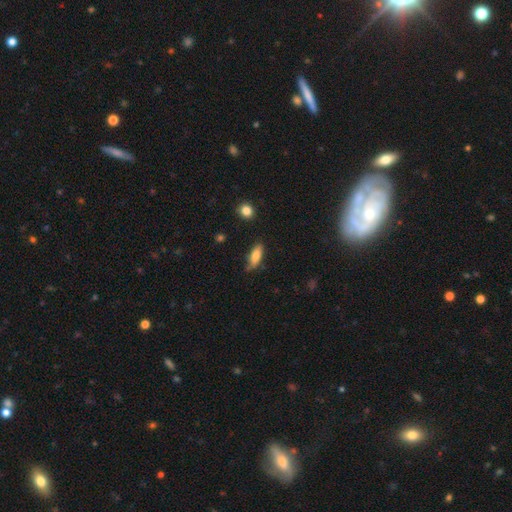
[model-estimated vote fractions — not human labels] Q: Smooth or featured?
A: smooth (78%); runner-up: featured or disk (15%)
Q: How rounded?
A: in between (61%); runner-up: cigar-shaped (37%)
Q: Merging?
A: none (64%); runner-up: minor disturbance (28%)